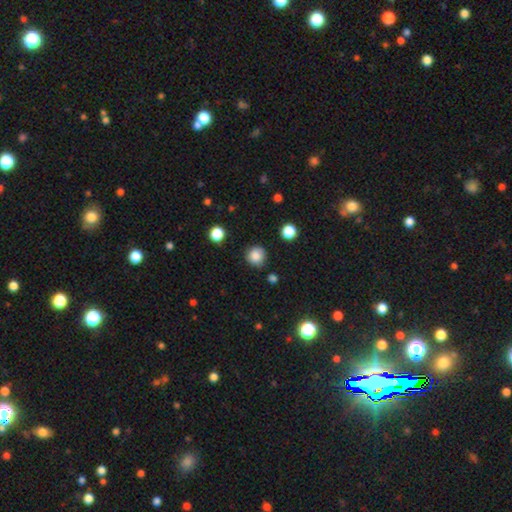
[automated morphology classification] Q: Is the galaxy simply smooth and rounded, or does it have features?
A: smooth — 86%.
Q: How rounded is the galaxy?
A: round — 92%.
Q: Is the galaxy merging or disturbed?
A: none — 84%.